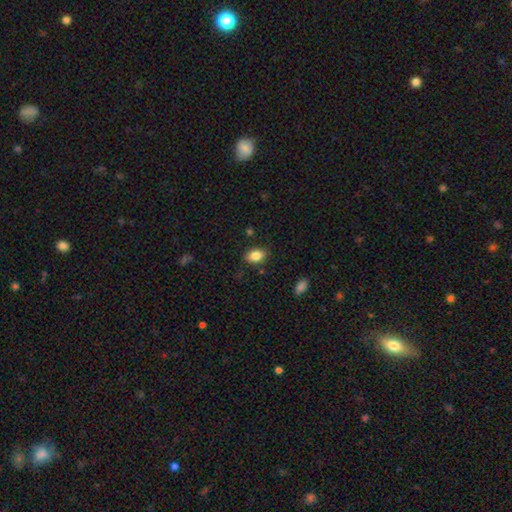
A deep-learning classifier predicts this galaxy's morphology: smooth 86%, star or artifact 8%, featured or disk 6%. Down the decision tree: how rounded — in between (84%); merging — none (83%).